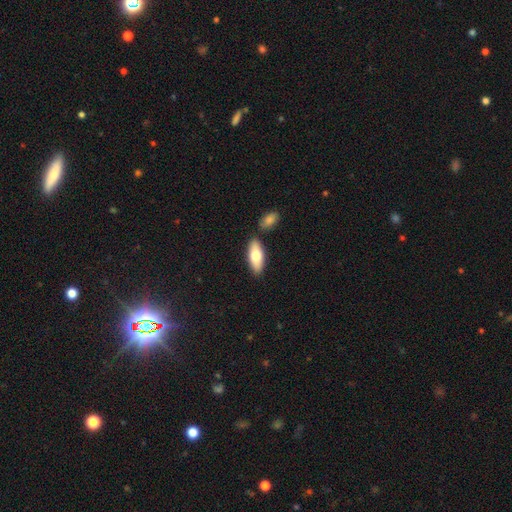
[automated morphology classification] This appears to be a smooth galaxy with no disk features (73%) that is in between round and cigar-shaped (79%). Merging: none (80%).